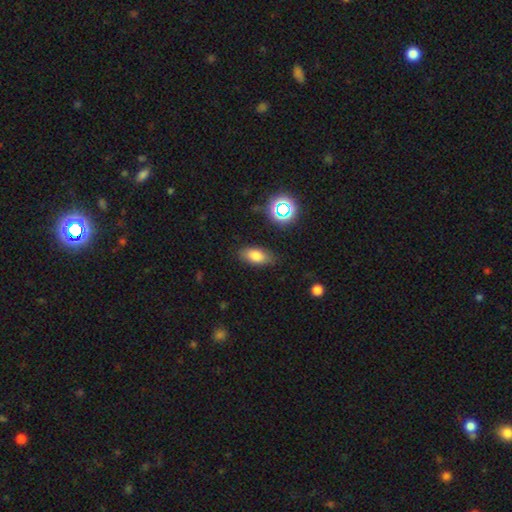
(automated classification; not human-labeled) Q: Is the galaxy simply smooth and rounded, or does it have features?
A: smooth — 76%.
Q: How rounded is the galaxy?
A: in between — 87%.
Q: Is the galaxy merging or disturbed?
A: none — 83%.